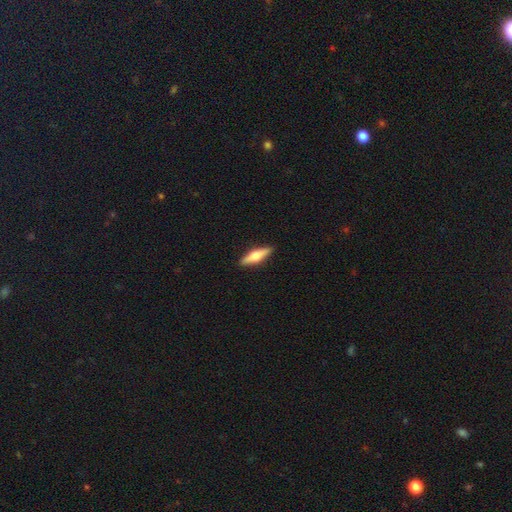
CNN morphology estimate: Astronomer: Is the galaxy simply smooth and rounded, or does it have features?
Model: featured or disk — 48% (runner-up: smooth, 47%).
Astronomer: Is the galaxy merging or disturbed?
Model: none — 91%.